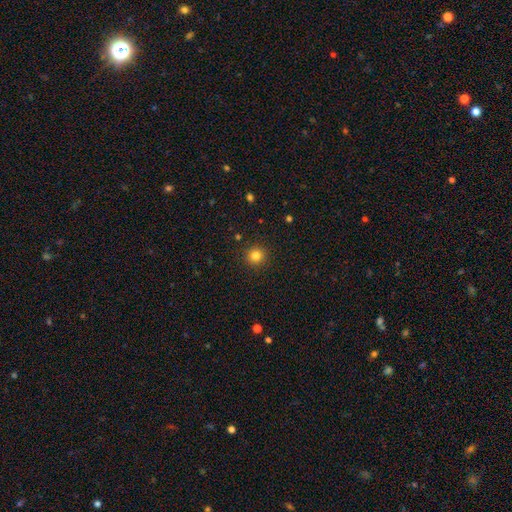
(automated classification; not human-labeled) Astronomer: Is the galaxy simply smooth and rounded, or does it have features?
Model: smooth — 82%.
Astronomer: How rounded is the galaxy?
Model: round — 94%.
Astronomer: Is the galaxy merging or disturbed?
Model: none — 92%.